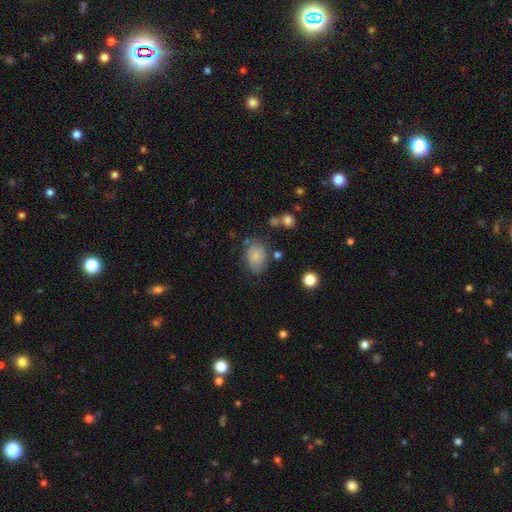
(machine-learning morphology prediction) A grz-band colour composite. It shows a smooth galaxy with no disk features (58%) that is in between round and cigar-shaped (64%). Merging: none (64%).